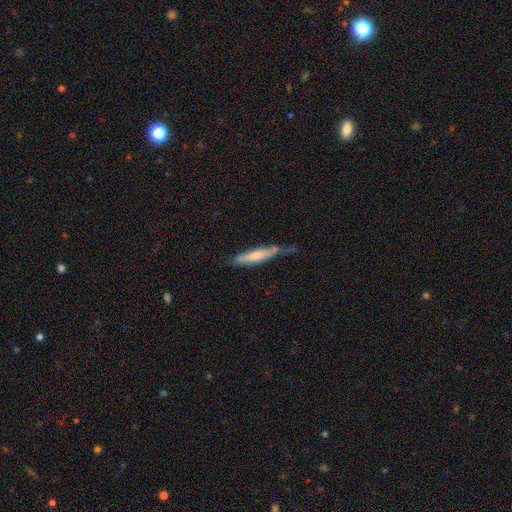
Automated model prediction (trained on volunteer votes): Smooth or featured? smooth (63%)
How rounded? cigar-shaped (84%)
Merging? none (45%)